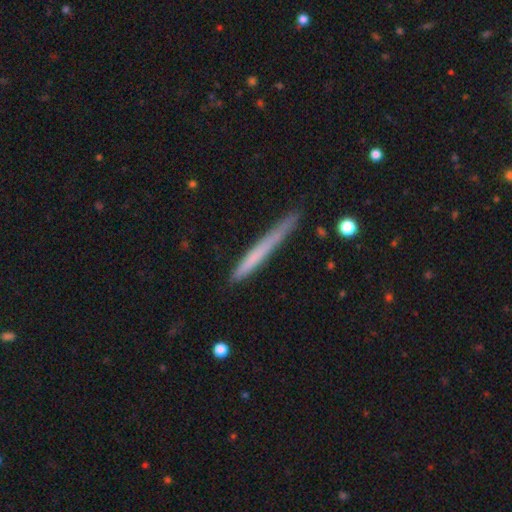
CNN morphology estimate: Overall: smooth (61%; featured or disk 33%). How rounded: cigar-shaped (97%). Merging: none (78%).